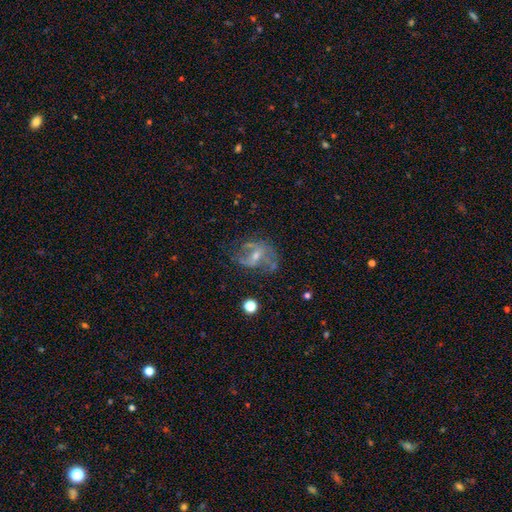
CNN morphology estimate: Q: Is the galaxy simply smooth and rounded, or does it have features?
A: featured or disk — 72%.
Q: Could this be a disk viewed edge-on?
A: no — 96%.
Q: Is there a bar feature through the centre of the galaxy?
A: weak — 43%.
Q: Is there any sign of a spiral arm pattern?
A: yes — 75%.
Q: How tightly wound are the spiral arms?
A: loose — 42%.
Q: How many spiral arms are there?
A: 2 — 61%.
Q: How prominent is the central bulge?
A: small — 54%.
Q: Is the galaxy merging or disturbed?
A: none — 48%.